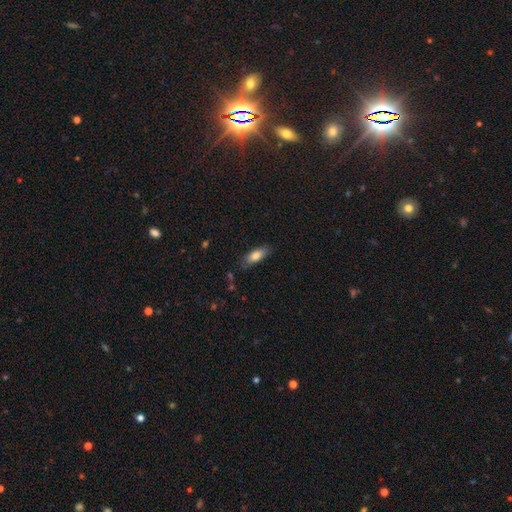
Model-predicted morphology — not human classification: smooth-or-featured: smooth: 79% | featured or disk: 14% | star or artifact: 7%
  how-rounded: in between: 71% | cigar-shaped: 27% | round: 2%
  merging: none: 78% | minor disturbance: 17% | major disturbance: 3% | merger: 2%